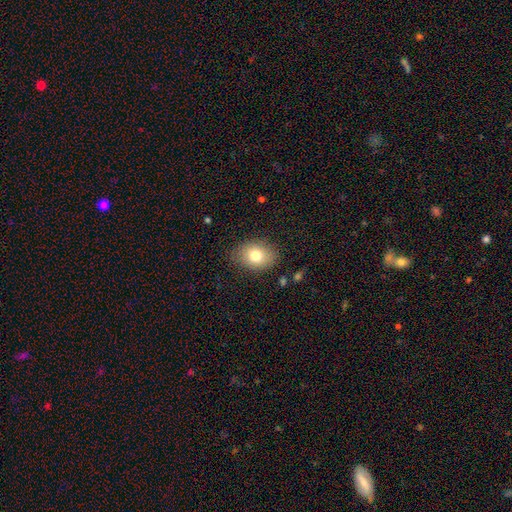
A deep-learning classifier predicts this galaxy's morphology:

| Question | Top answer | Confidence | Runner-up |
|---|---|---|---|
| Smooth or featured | smooth | 78% | featured or disk (13%) |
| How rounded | in between | 66% | round (33%) |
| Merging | none | 82% | minor disturbance (13%) |